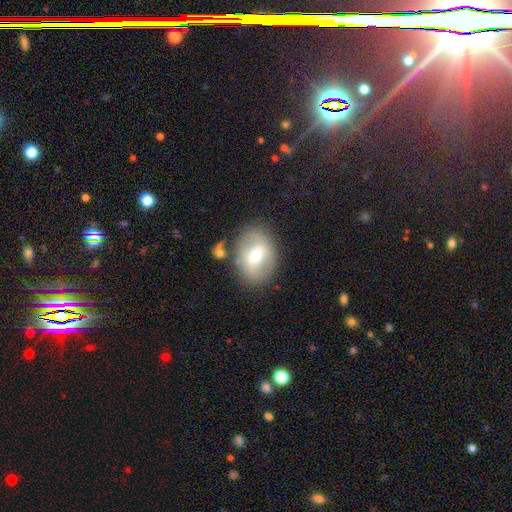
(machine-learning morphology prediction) Overall: smooth (47%; featured or disk 45%). Merging: none (74%).